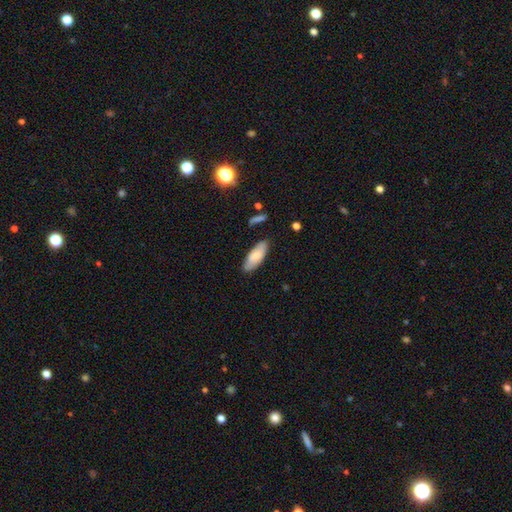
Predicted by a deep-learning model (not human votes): Smooth or featured? smooth (80%)
How rounded? in between (75%)
Merging? none (79%)